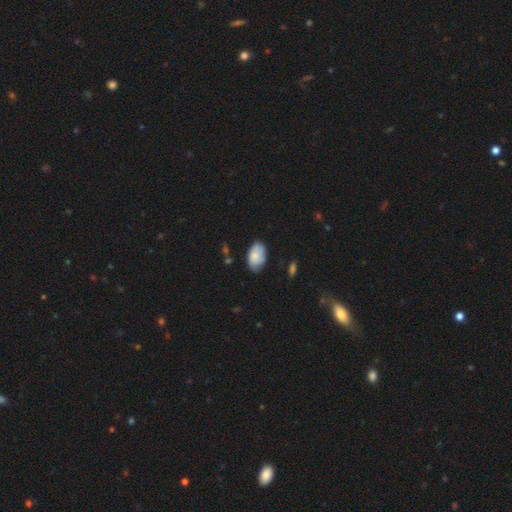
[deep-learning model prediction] smooth 79%, featured or disk 14%, star or artifact 6%. Down the decision tree: how rounded — in between (92%); merging — none (67%).